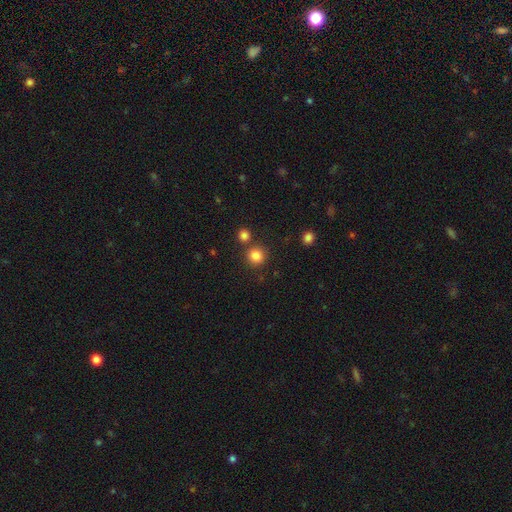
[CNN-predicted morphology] smooth 84%, star or artifact 12%, featured or disk 4%. Down the decision tree: how rounded — round (92%); merging — none (79%).